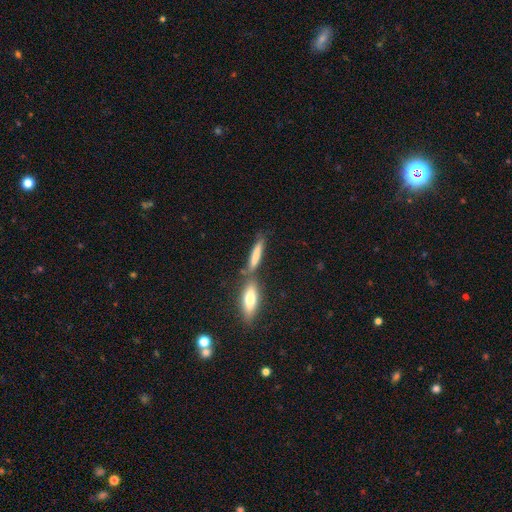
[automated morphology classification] Smooth or featured? Predicted: smooth (p=0.73). How rounded? Predicted: cigar-shaped (p=0.81). Merging? Predicted: none (p=0.60).